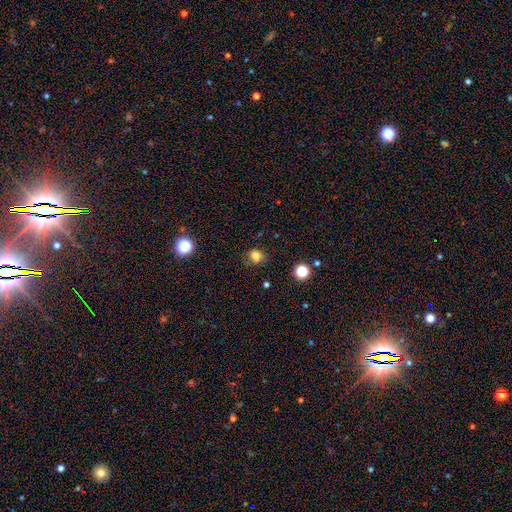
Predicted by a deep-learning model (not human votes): Q: Smooth or featured?
A: smooth (76%); runner-up: star or artifact (16%)
Q: How rounded?
A: round (66%); runner-up: in between (33%)
Q: Merging?
A: none (64%); runner-up: minor disturbance (23%)